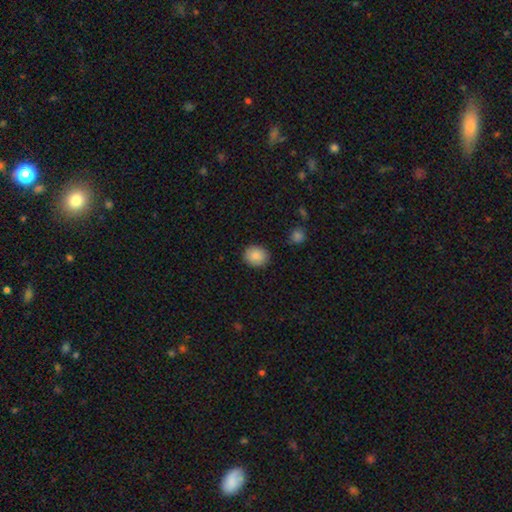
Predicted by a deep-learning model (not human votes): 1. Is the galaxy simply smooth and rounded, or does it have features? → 87% smooth, 8% star or artifact, 5% featured or disk.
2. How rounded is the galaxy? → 70% round, 29% in between, 1% cigar-shaped.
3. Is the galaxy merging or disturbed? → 88% none, 8% minor disturbance, 2% major disturbance, 2% merger.